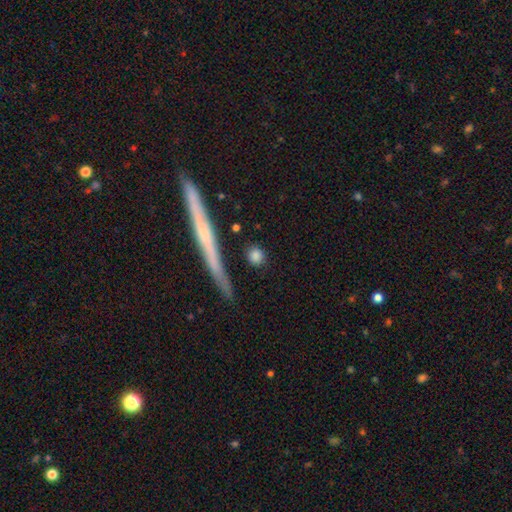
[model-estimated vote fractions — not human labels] This appears to be a smooth galaxy with no disk features (82%) that is round (79%). Merging: none (85%).